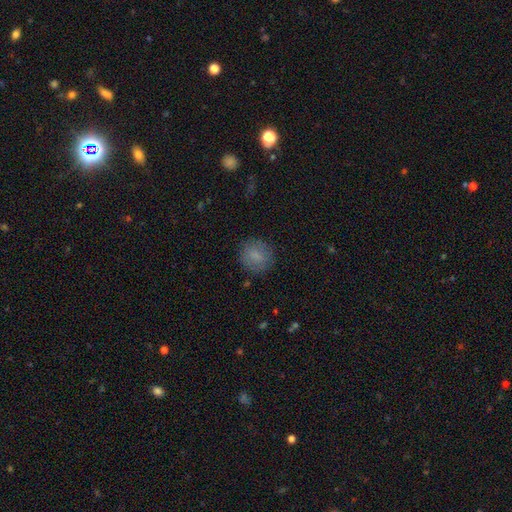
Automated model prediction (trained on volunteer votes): The model was most divided on "smooth or featured": smooth: 80%, featured or disk: 11%, star or artifact: 9%. More confident: how rounded — round (85%); merging — none (84%).